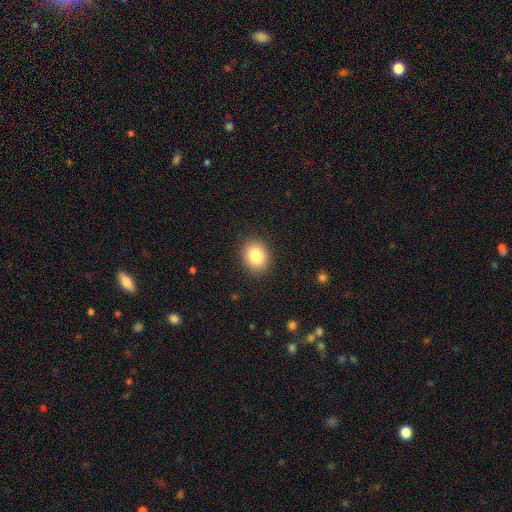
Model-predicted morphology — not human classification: Smooth or featured?
  - smooth: 85% *
  - star or artifact: 9%
  - featured or disk: 6%
How rounded?
  - round: 54% *
  - in between: 45%
  - cigar-shaped: 1%
Merging?
  - none: 89% *
  - minor disturbance: 7%
  - major disturbance: 2%
  - merger: 1%